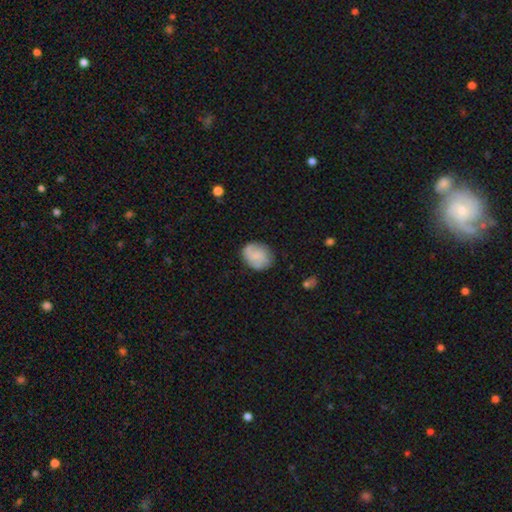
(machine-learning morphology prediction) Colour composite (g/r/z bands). It shows a smooth galaxy with no disk features (64%) that is round (56%). Merging: none (75%).